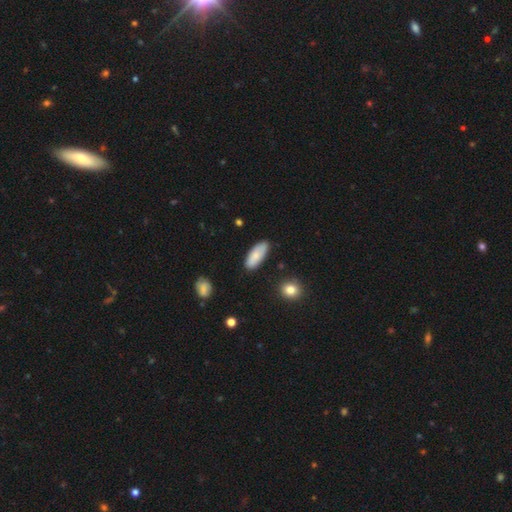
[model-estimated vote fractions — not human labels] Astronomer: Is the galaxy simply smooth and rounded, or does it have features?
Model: smooth — 79%.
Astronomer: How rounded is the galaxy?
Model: in between — 80%.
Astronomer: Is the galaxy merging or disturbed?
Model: none — 81%.